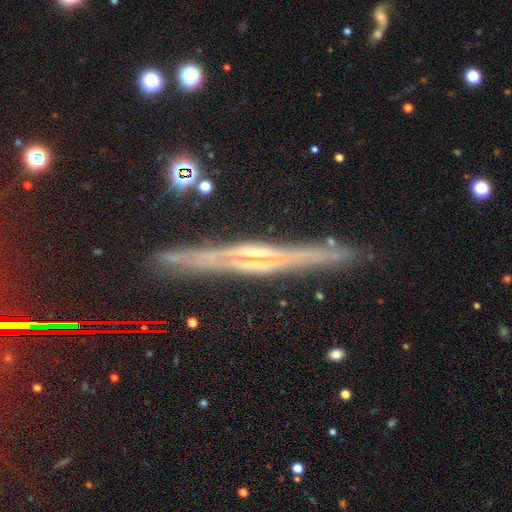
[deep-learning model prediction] smooth-or-featured: featured or disk: 78% | star or artifact: 12% | smooth: 10%
  disk-edge-on: yes: 96% | no: 4%
    edge-on-bulge: rounded: 50% | none: 26% | boxy: 24%
  merging: none: 88% | minor disturbance: 8% | major disturbance: 2% | merger: 2%